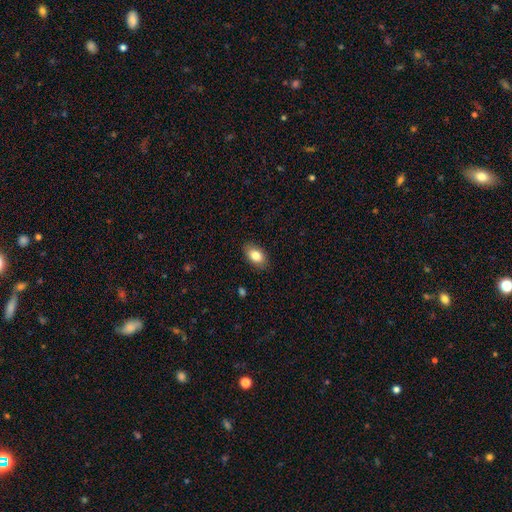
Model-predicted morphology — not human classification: smooth-or-featured: smooth: 83% | featured or disk: 10% | star or artifact: 7%
  how-rounded: in between: 91% | round: 7% | cigar-shaped: 2%
  merging: none: 87% | minor disturbance: 10% | major disturbance: 2% | merger: 1%